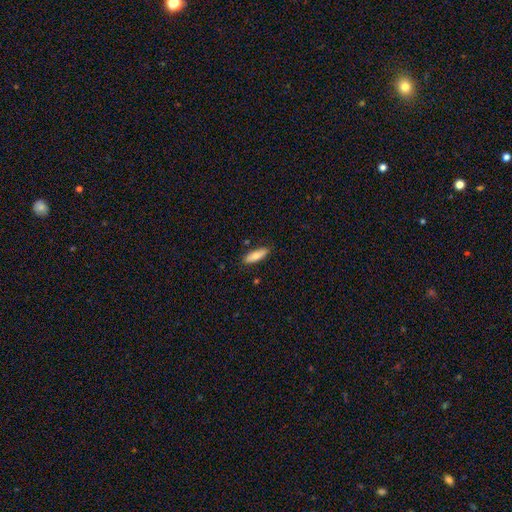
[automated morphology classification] Smooth or featured: smooth — 76% (featured or disk — 18%)
How rounded: in between — 54% (cigar-shaped — 44%)
Merging: none — 87% (minor disturbance — 10%)